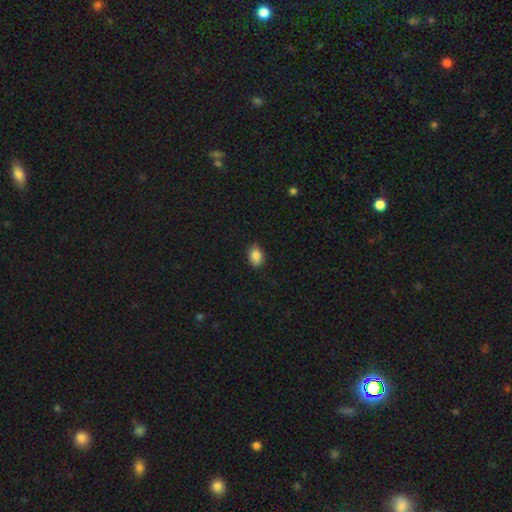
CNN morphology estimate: A smooth galaxy with no disk features (85%) that is in between round and cigar-shaped (75%). Merging: none (80%).